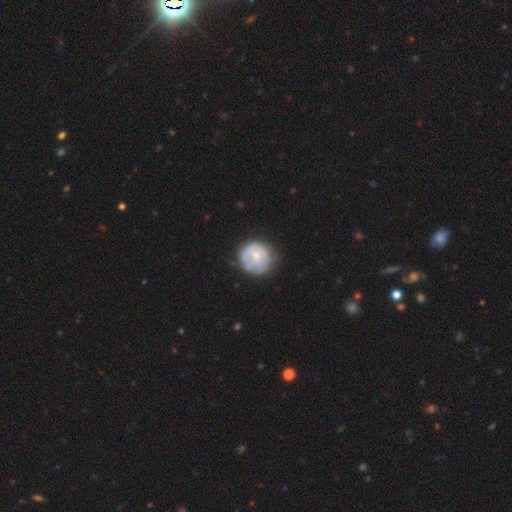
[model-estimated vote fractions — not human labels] The model was most divided on "smooth or featured": smooth: 54%, featured or disk: 40%, star or artifact: 6%. More confident: how rounded — round (88%); merging — none (66%).